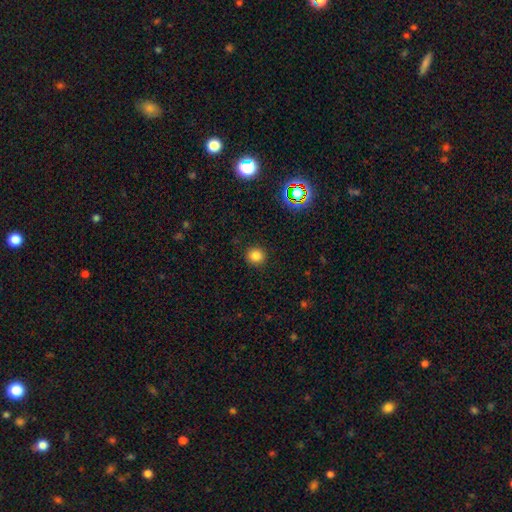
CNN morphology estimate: A smooth galaxy with no disk features (81%) that is round (91%).

Vote fractions:
- Smooth or featured? smooth: 81% / star or artifact: 14% / featured or disk: 5%
- How rounded? round: 91% / in between: 8% / cigar-shaped: 1%
- Merging? none: 91% / minor disturbance: 6% / major disturbance: 2% / merger: 1%